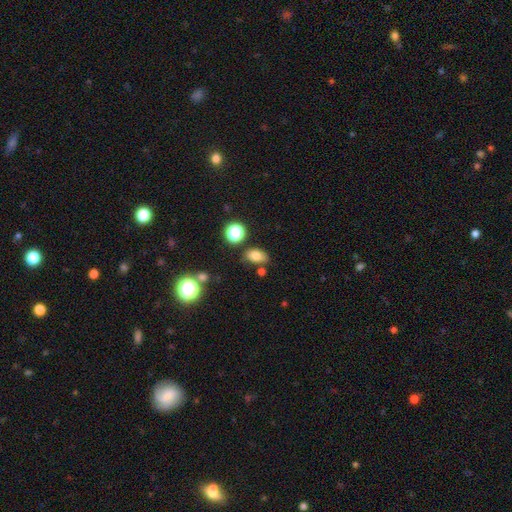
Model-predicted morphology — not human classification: The model was most divided on "merging": none: 74%, minor disturbance: 15%, merger: 7%, major disturbance: 4%. More confident: how rounded — in between (84%); smooth or featured — smooth (76%).